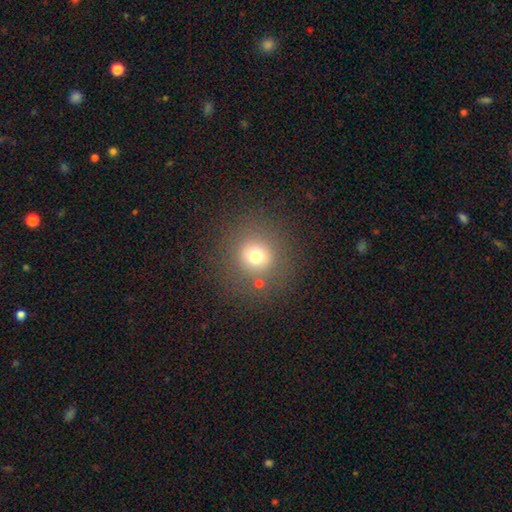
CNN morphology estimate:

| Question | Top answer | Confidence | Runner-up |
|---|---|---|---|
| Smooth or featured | smooth | 72% | star or artifact (18%) |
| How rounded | round | 93% | in between (6%) |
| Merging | none | 83% | minor disturbance (8%) |